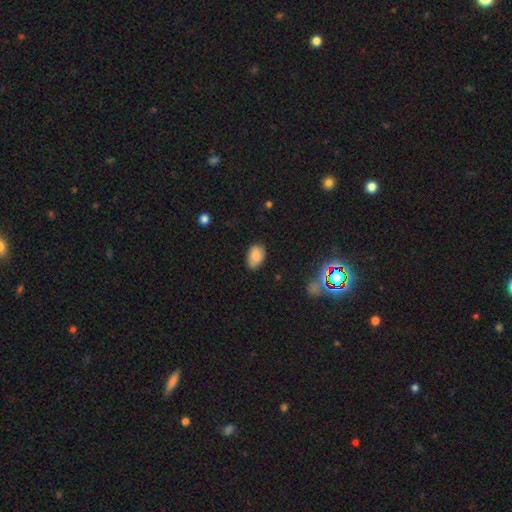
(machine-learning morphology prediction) smooth 85%, star or artifact 9%, featured or disk 7%. Down the decision tree: how rounded — in between (85%); merging — none (74%).